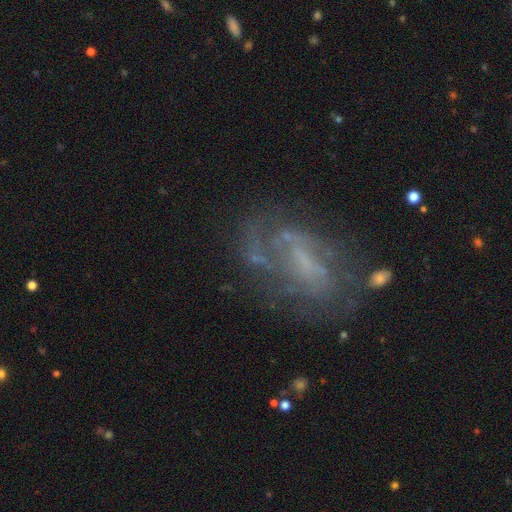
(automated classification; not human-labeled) Smooth or featured? Predicted: featured or disk (p=0.73). Edge-on disk? Predicted: no (p=0.96). Bar? Predicted: weak (p=0.42). Spiral arms? Predicted: yes (p=0.70). Bulge size? Predicted: none (p=0.48). Merging? Predicted: none (p=0.49).